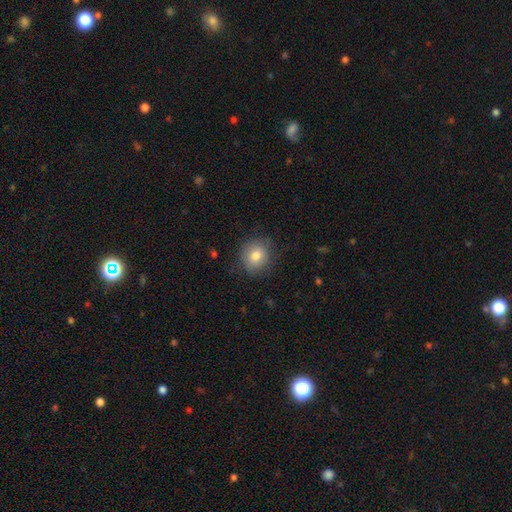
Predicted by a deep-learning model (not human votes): This appears to be a smooth galaxy with no disk features (80%) that is round (83%). Merging: none (81%).